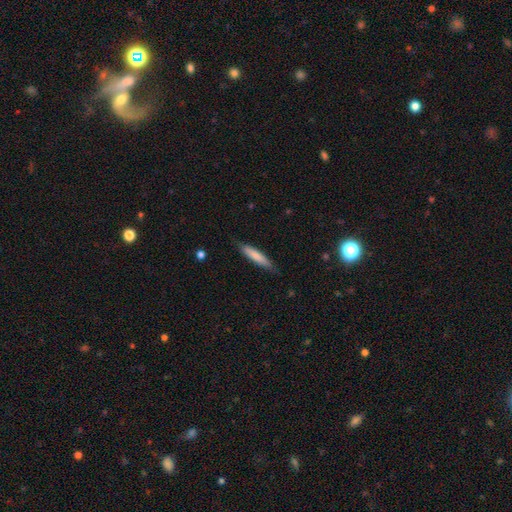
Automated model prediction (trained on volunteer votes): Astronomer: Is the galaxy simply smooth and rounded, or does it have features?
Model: smooth — 76%.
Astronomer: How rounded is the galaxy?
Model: cigar-shaped — 88%.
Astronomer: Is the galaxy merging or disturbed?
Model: none — 81%.